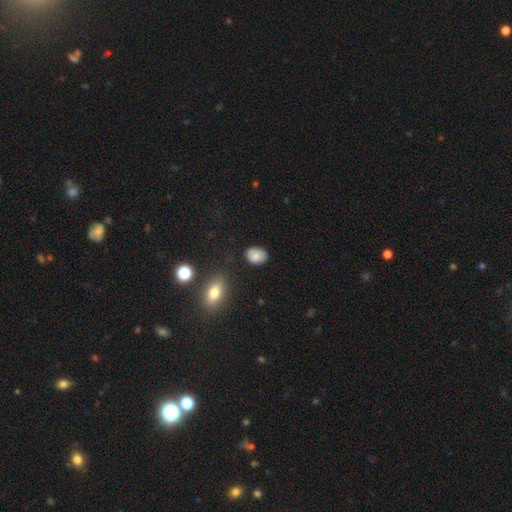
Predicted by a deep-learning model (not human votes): Q: Smooth or featured?
A: smooth (80%); runner-up: featured or disk (11%)
Q: How rounded?
A: in between (80%); runner-up: round (19%)
Q: Merging?
A: none (79%); runner-up: minor disturbance (16%)